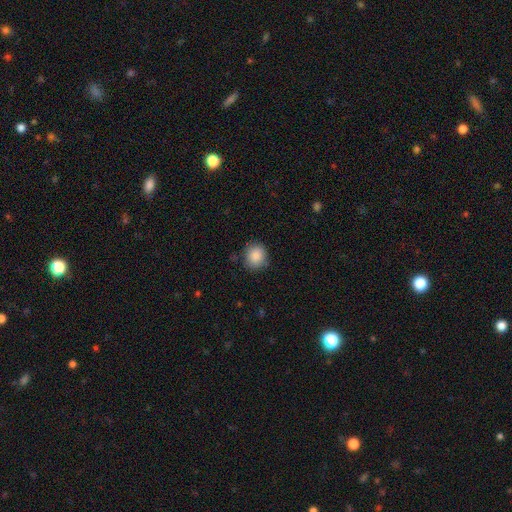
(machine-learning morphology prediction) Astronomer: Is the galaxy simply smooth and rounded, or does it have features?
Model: smooth — 88%.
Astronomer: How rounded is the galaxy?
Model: round — 85%.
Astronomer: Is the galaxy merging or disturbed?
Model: none — 84%.